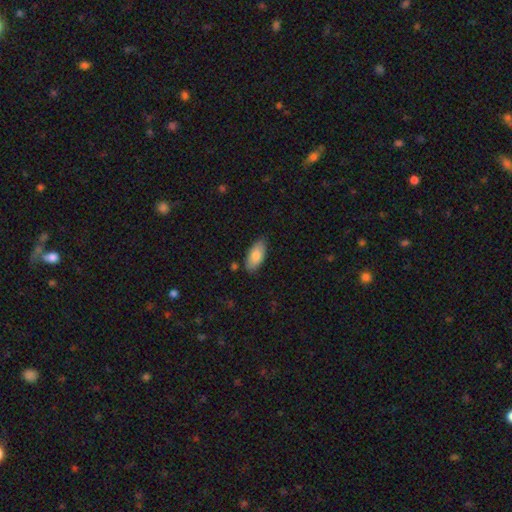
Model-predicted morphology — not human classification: Smooth or featured: smooth — 81% (featured or disk — 12%)
How rounded: in between — 90% (cigar-shaped — 8%)
Merging: none — 81% (minor disturbance — 15%)